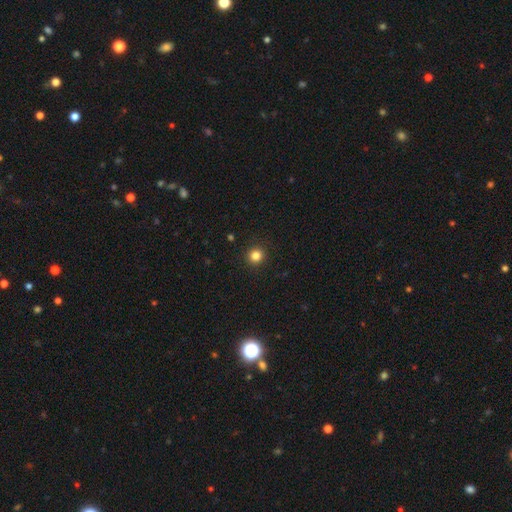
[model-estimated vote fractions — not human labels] Smooth or featured: smooth — 83% (star or artifact — 13%)
How rounded: round — 93% (in between — 6%)
Merging: none — 93% (minor disturbance — 5%)